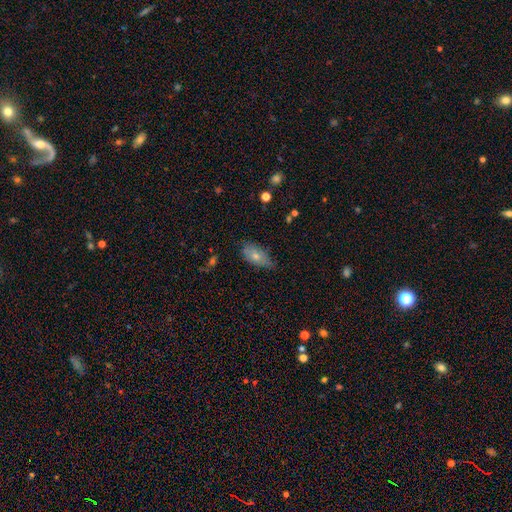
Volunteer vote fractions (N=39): A smooth galaxy with no disk features (72%) that is in between round and cigar-shaped (93%). Merging: minor disturbance (56%).